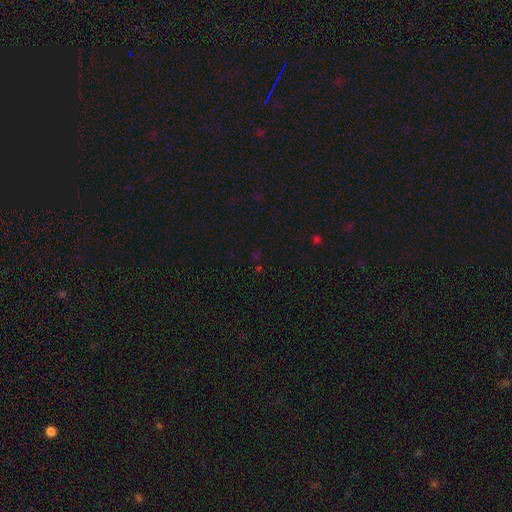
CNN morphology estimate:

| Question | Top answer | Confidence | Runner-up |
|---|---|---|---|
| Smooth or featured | star or artifact | 65% | smooth (28%) |